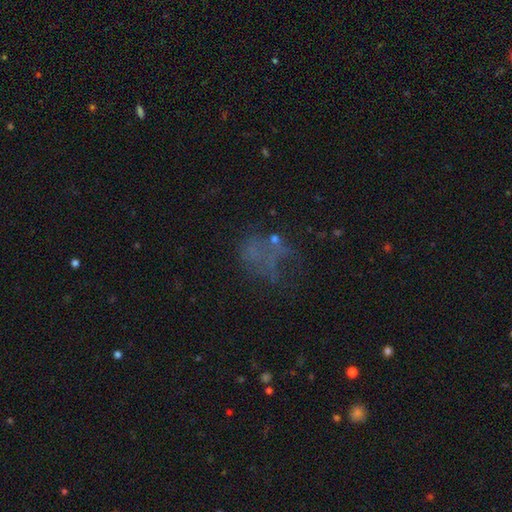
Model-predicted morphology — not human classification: The model was most divided on "smooth or featured": featured or disk: 36%, smooth: 35%, star or artifact: 30%. Remaining: merging — none (42%).